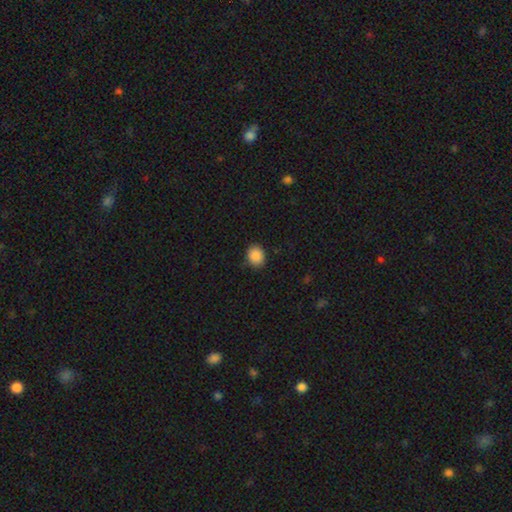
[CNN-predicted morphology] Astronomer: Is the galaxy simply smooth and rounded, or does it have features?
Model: smooth — 88%.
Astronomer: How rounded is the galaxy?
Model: round — 61% (runner-up: in between, 38%).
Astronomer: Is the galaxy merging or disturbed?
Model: none — 85%.